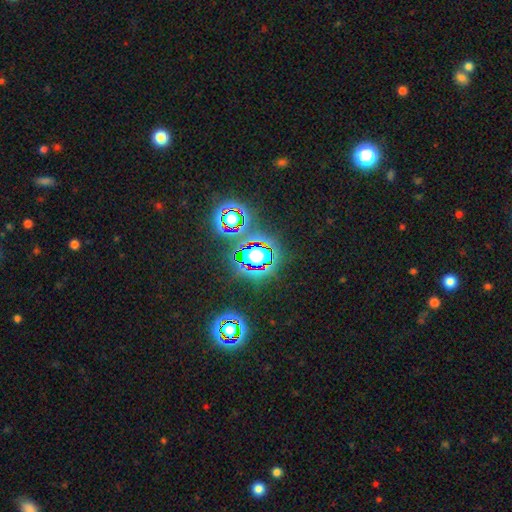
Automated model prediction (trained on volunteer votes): smooth_or_featured: star or artifact (p=0.67) [alt: smooth p=0.22]